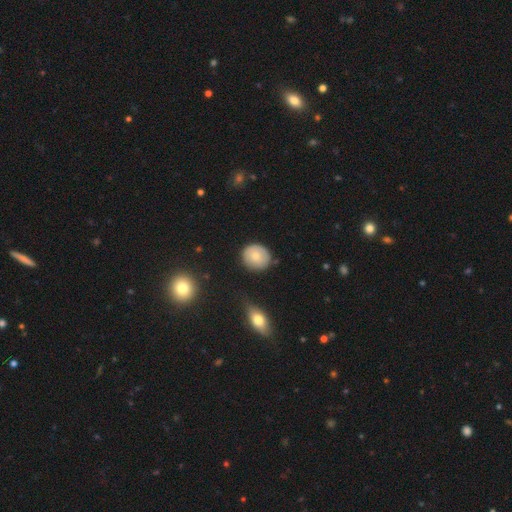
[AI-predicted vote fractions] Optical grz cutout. It shows a smooth galaxy with no disk features (73%) that is round (82%). Merging: none (81%).